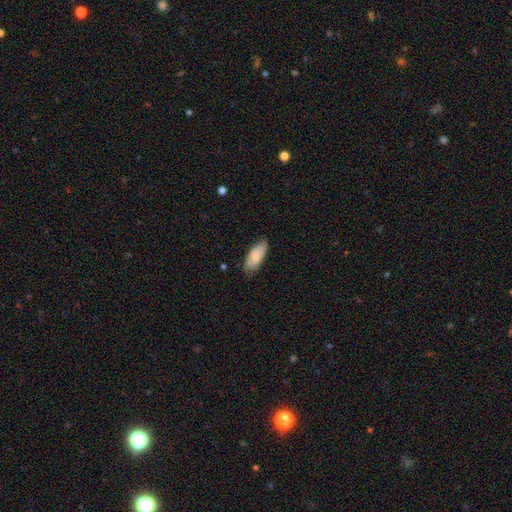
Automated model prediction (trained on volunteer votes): smooth 79%, featured or disk 15%, star or artifact 6%. Down the decision tree: how rounded — in between (83%); merging — none (74%).